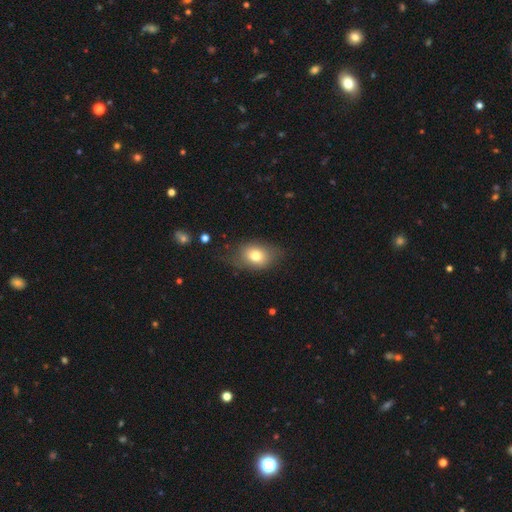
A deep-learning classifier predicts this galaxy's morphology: Q: Smooth or featured?
A: smooth (75%); runner-up: featured or disk (15%)
Q: How rounded?
A: in between (71%); runner-up: round (28%)
Q: Merging?
A: none (64%); runner-up: minor disturbance (25%)